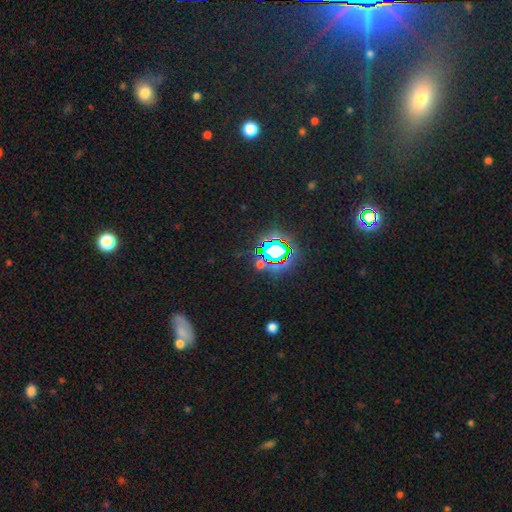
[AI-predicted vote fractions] Smooth or featured?
  - star or artifact: 76% *
  - smooth: 15%
  - featured or disk: 9%